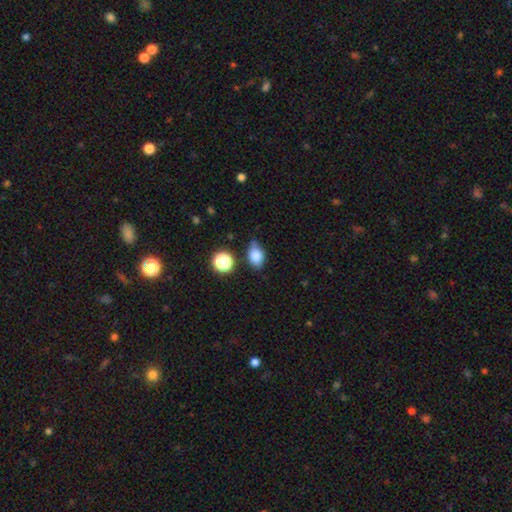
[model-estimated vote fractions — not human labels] This is clearly a smooth galaxy (81%). How rounded: likely in between (76%). Merging: likely none (65%).